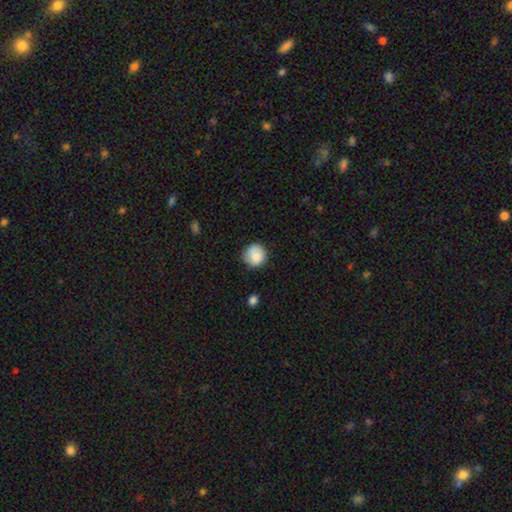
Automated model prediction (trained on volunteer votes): This is clearly a smooth galaxy (84%). How rounded: clearly round (91%). Merging: likely none (75%).